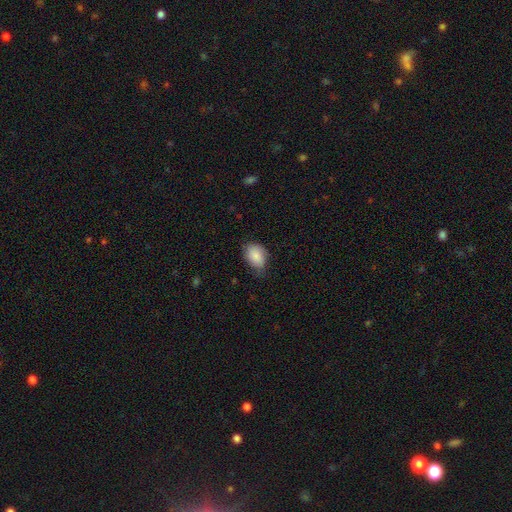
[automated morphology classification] A smooth galaxy with no disk features (82%) that is in between round and cigar-shaped (75%).

Vote fractions:
- Smooth or featured? smooth: 82% / featured or disk: 11% / star or artifact: 7%
- How rounded? in between: 75% / round: 24% / cigar-shaped: 1%
- Merging? none: 58% / minor disturbance: 33% / major disturbance: 7% / merger: 1%